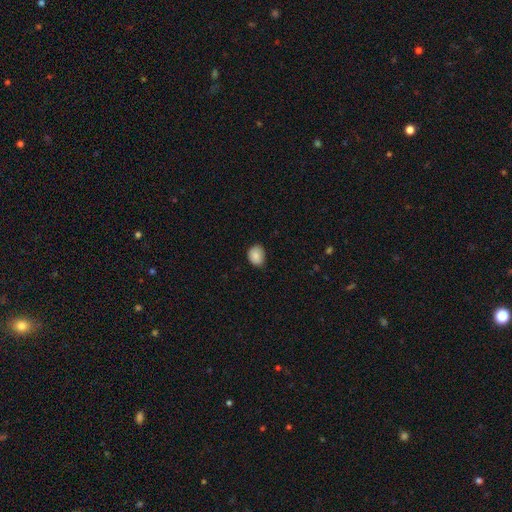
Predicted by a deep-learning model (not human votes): Q: Smooth or featured?
A: smooth (86%); runner-up: star or artifact (8%)
Q: How rounded?
A: in between (53%); runner-up: round (46%)
Q: Merging?
A: none (73%); runner-up: minor disturbance (23%)